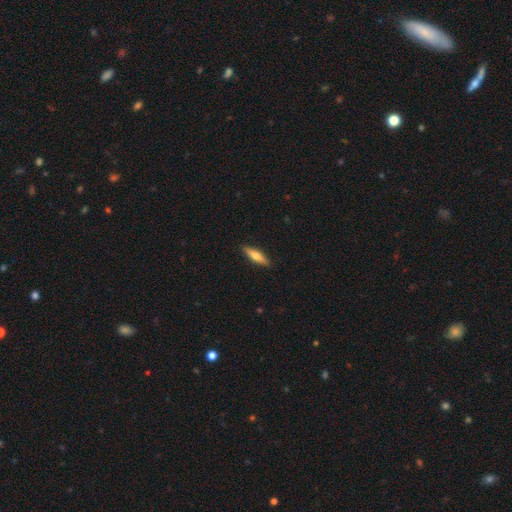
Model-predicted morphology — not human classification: Smooth or featured? Predicted: smooth (p=0.65). How rounded? Predicted: cigar-shaped (p=0.71). Merging? Predicted: none (p=0.90).